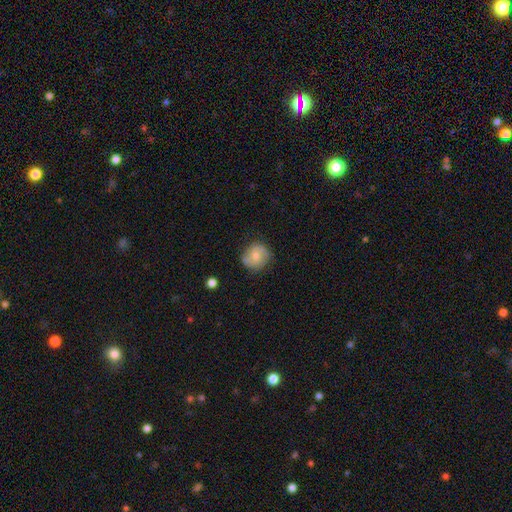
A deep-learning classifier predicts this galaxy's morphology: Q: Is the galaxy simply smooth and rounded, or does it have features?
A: featured or disk — 48%.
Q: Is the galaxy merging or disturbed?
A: none — 73%.